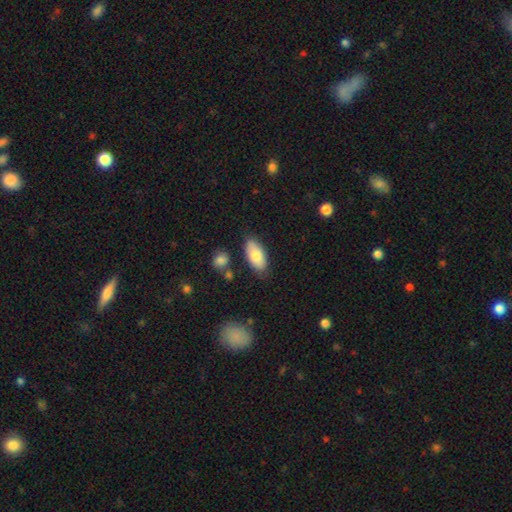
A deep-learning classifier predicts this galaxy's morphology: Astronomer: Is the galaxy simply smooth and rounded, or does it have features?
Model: smooth — 78%.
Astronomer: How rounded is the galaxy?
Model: in between — 91%.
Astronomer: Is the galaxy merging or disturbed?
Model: none — 78%.